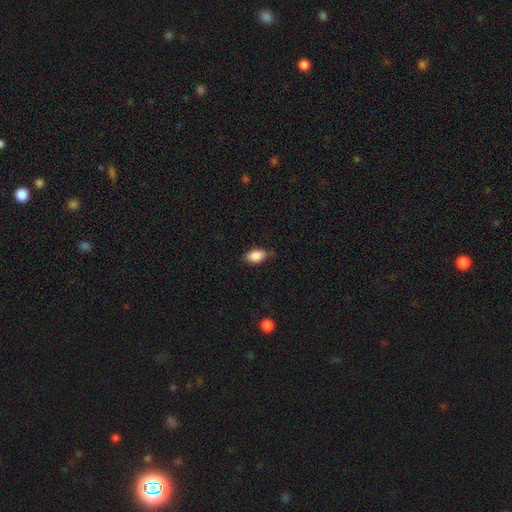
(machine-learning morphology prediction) Smooth or featured: smooth — 86% (star or artifact — 7%)
How rounded: in between — 90% (round — 7%)
Merging: none — 65% (minor disturbance — 28%)